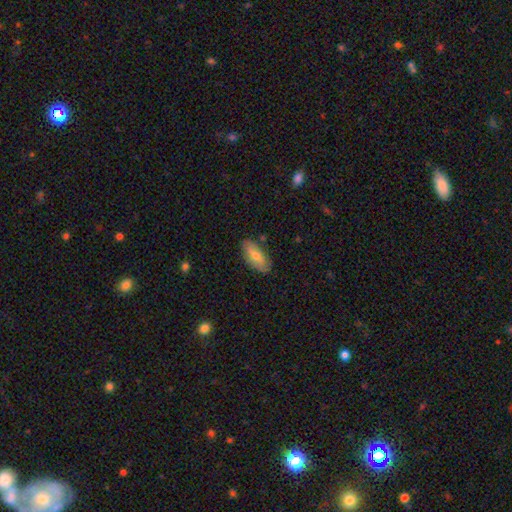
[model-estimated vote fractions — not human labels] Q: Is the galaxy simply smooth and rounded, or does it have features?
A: smooth — 59%.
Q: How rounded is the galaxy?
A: in between — 85%.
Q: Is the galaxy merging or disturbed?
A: none — 82%.